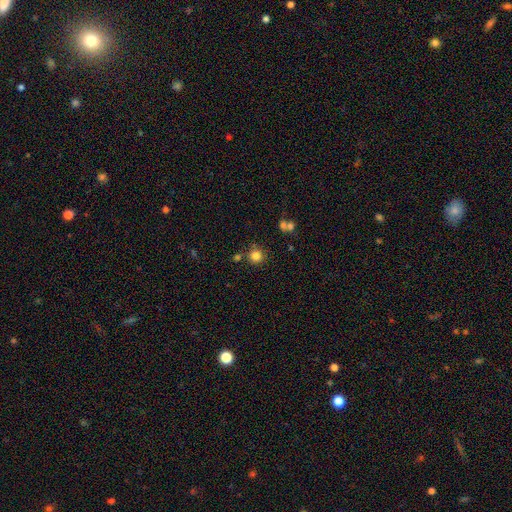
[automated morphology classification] type=smooth (82%); roundness=round (93%); merging=none (78%).